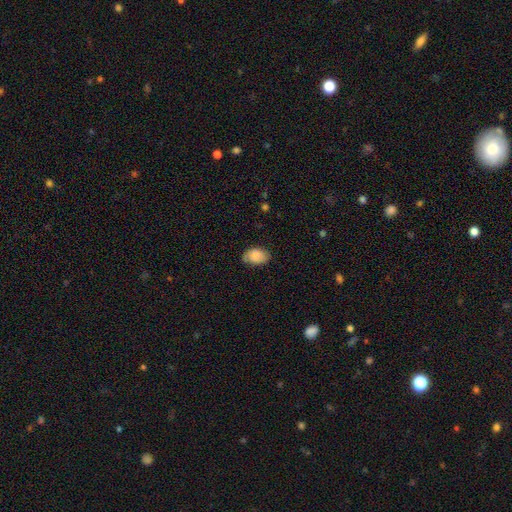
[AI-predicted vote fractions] Smooth or featured? Predicted: smooth (p=0.77). How rounded? Predicted: in between (p=0.83). Merging? Predicted: none (p=0.61).